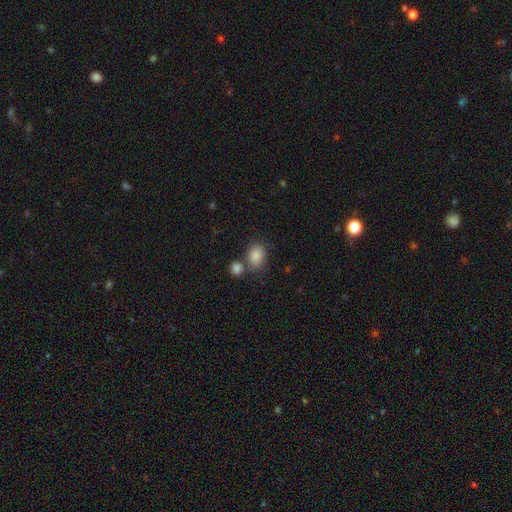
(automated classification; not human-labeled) The model was most divided on "merging": none: 59%, merger: 24%, minor disturbance: 13%, major disturbance: 4%. More confident: smooth or featured — smooth (84%); how rounded — in between (74%).